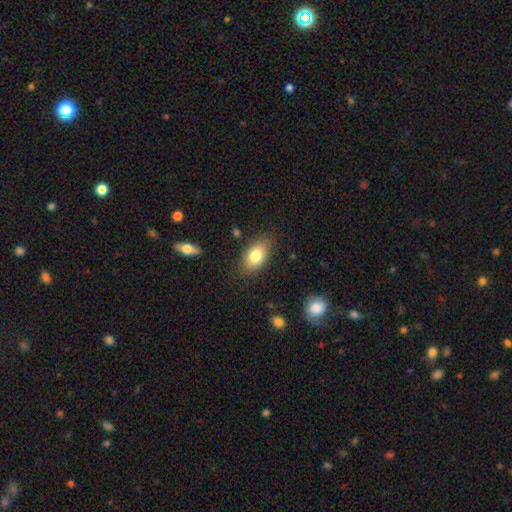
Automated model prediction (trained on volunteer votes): This appears to be a smooth galaxy with no disk features (80%) that is in between round and cigar-shaped (90%). Merging: none (83%).